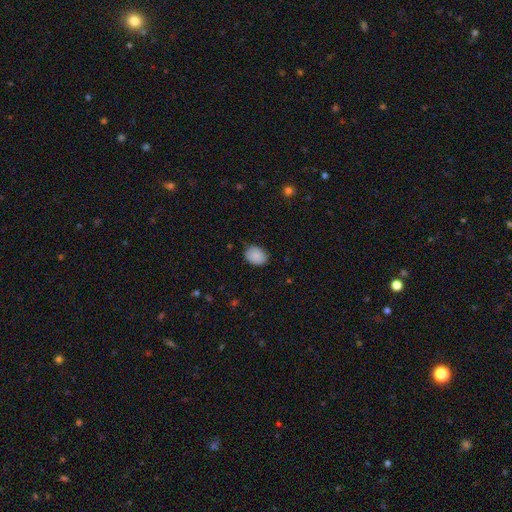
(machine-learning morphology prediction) This is clearly a smooth galaxy (88%). How rounded: likely in between (61%). Merging: clearly none (80%).